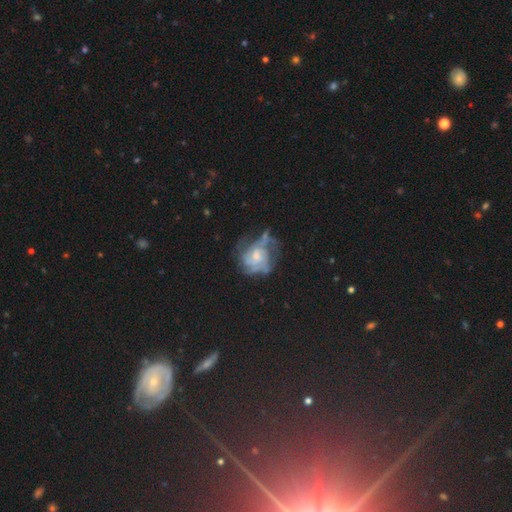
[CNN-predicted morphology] Smooth or featured: featured or disk — 67% (smooth — 20%)
Edge-on disk: no — 97% (yes — 3%)
Bar: no — 71% (weak — 24%)
Spiral arms: yes — 76% (no — 24%)
Bulge size: moderate — 46% (small — 32%)
Merging: none — 44% (major disturbance — 27%)